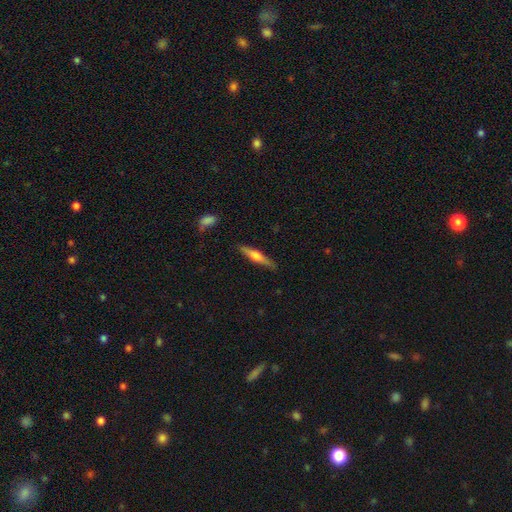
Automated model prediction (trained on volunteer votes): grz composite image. It shows a featured or disk galaxy (54%) viewed edge-on (96%) with a rounded central bulge (85%). Merging: none (86%).